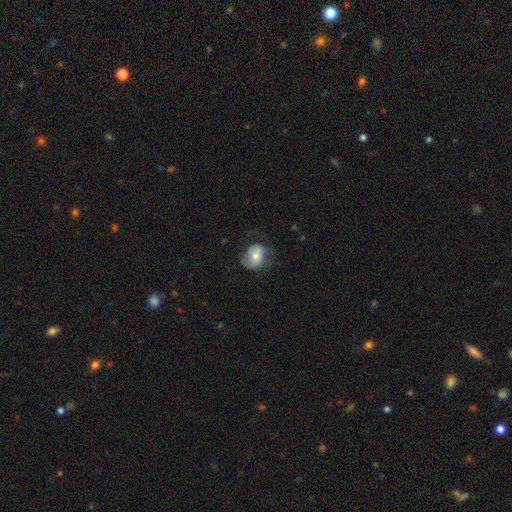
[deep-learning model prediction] Smooth or featured? Predicted: smooth (p=0.68). How rounded? Predicted: round (p=0.56). Merging? Predicted: none (p=0.55).